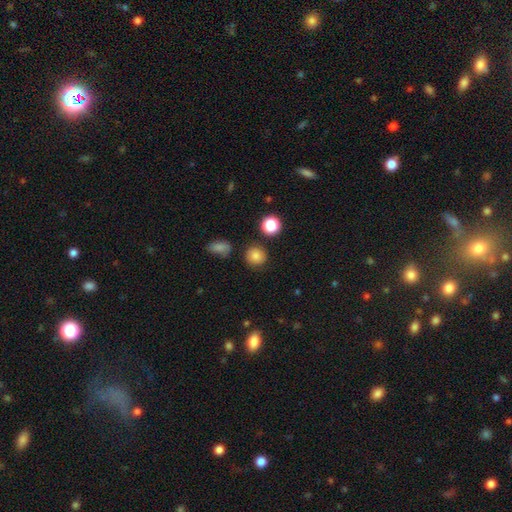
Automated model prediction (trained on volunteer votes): Smooth or featured? smooth (83%)
How rounded? round (89%)
Merging? none (85%)